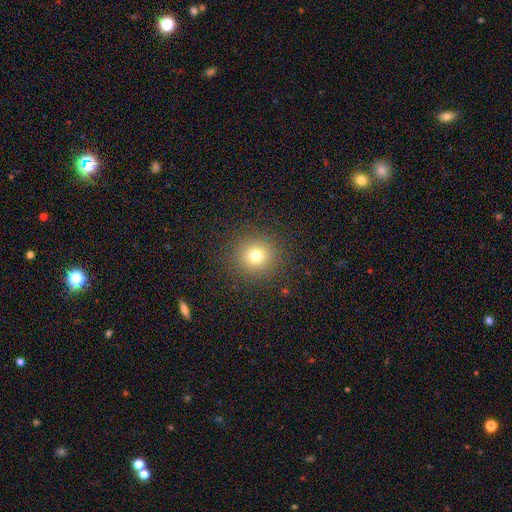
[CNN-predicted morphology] Smooth or featured? smooth (75%)
How rounded? round (91%)
Merging? none (89%)